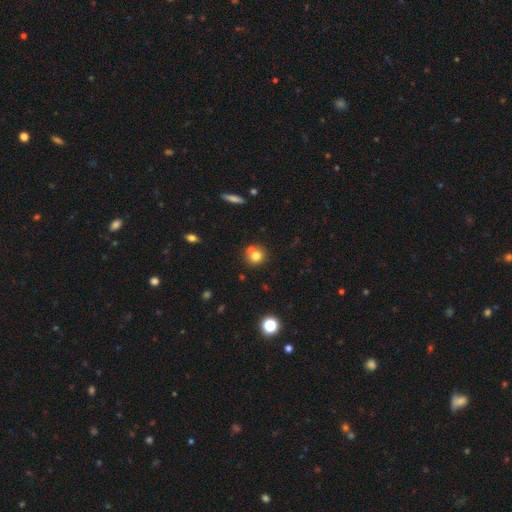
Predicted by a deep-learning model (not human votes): A smooth galaxy with no disk features (75%) that is round (88%). Merging: none (63%).